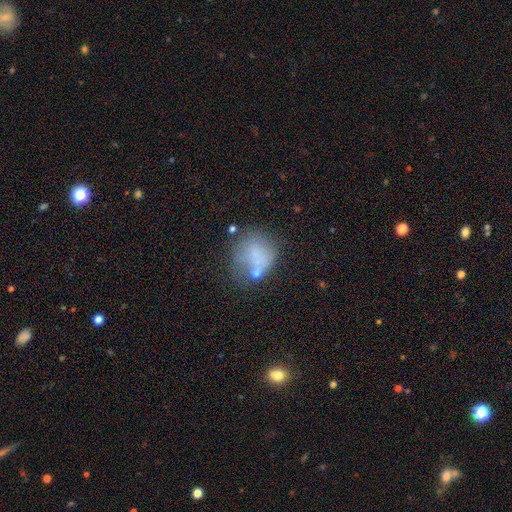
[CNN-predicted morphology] smooth_or_featured: smooth (p=0.66) [alt: featured or disk p=0.21]
how_rounded: round (p=0.72) [alt: in between p=0.27]
merging: none (p=0.51) [alt: minor disturbance p=0.22]